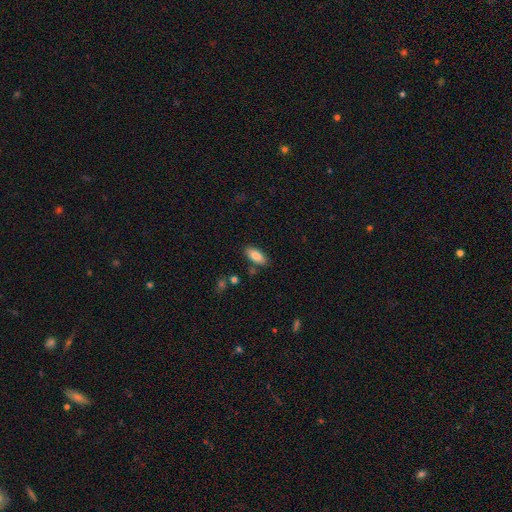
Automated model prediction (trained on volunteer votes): This appears to be a smooth galaxy with no disk features (84%) that is in between round and cigar-shaped (85%). Merging: none (83%).